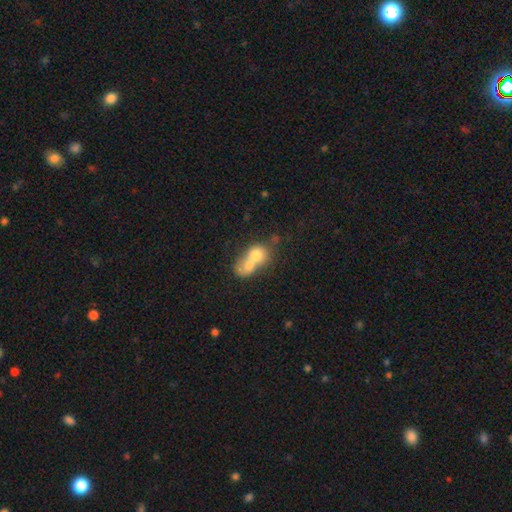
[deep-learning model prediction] This is likely a smooth galaxy (69%). How rounded: possibly round (59%). Merging: likely merger (79%).